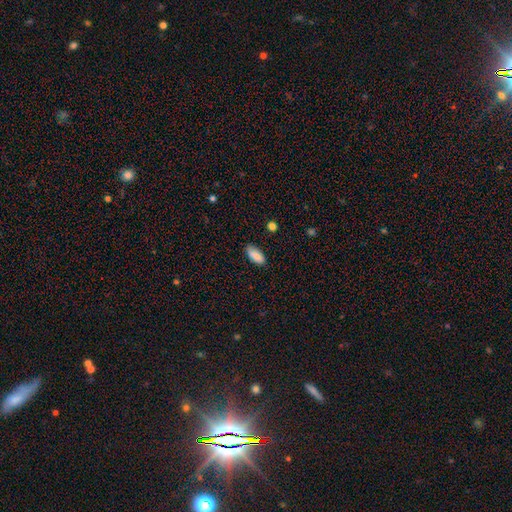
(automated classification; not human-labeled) Smooth or featured? Predicted: smooth (p=0.87). How rounded? Predicted: in between (p=0.86). Merging? Predicted: none (p=0.78).